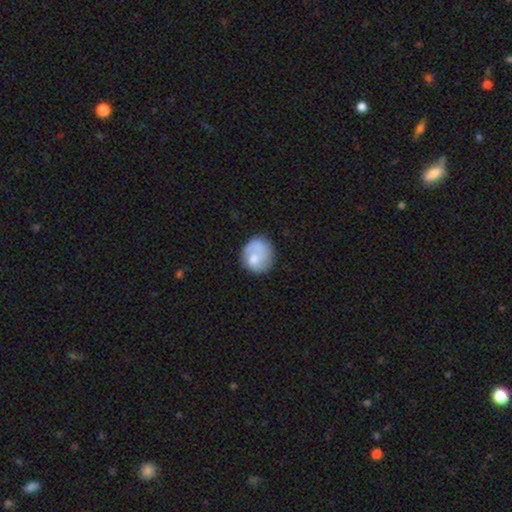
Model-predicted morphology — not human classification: Smooth or featured: smooth — 56% (featured or disk — 38%)
How rounded: round — 70% (in between — 29%)
Merging: none — 60% (minor disturbance — 22%)